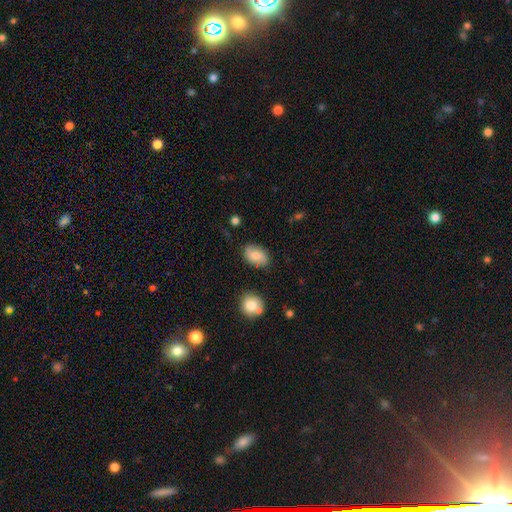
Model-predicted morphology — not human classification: Q: Smooth or featured?
A: smooth (70%); runner-up: featured or disk (22%)
Q: How rounded?
A: in between (87%); runner-up: round (12%)
Q: Merging?
A: none (79%); runner-up: minor disturbance (15%)